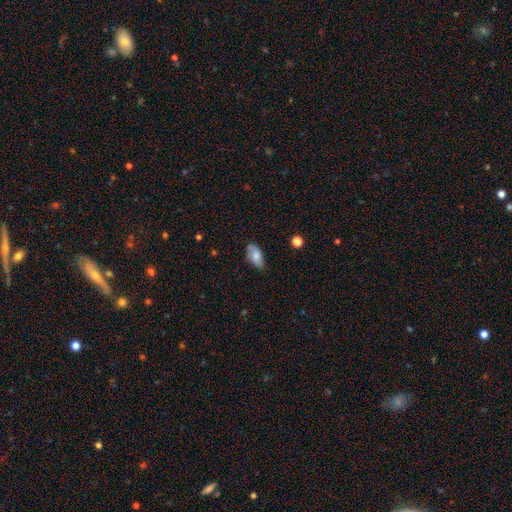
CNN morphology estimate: Smooth or featured? smooth (68%)
How rounded? in between (92%)
Merging? none (73%)